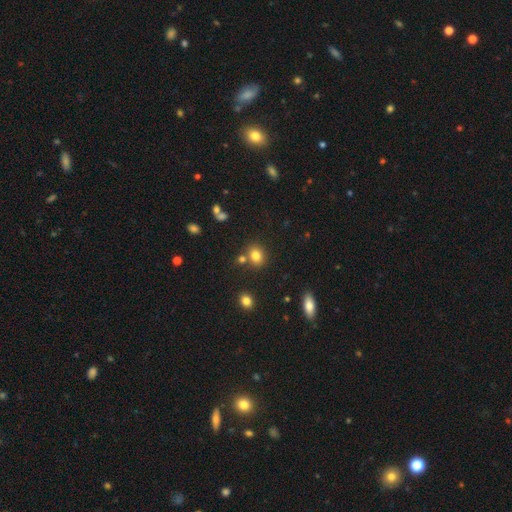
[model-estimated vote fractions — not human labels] A smooth galaxy with no disk features (80%) that is round (64%).

Vote fractions:
- Smooth or featured? smooth: 80% / star or artifact: 13% / featured or disk: 8%
- How rounded? round: 64% / in between: 35% / cigar-shaped: 1%
- Merging? none: 71% / merger: 15% / minor disturbance: 11% / major disturbance: 3%